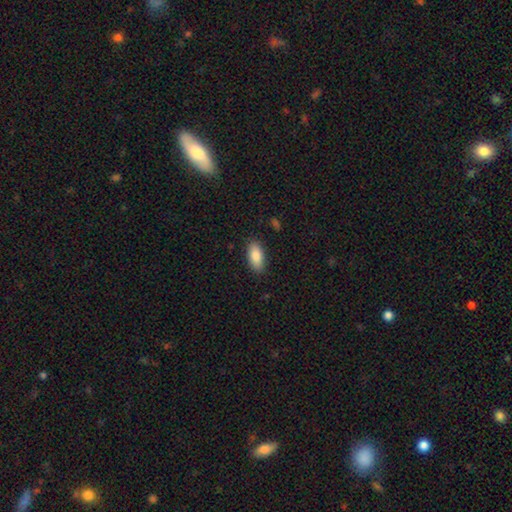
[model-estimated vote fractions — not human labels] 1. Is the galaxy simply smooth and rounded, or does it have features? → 85% smooth, 8% featured or disk, 7% star or artifact.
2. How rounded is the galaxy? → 88% in between, 9% cigar-shaped, 2% round.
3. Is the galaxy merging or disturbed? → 87% none, 9% minor disturbance, 2% major disturbance, 1% merger.